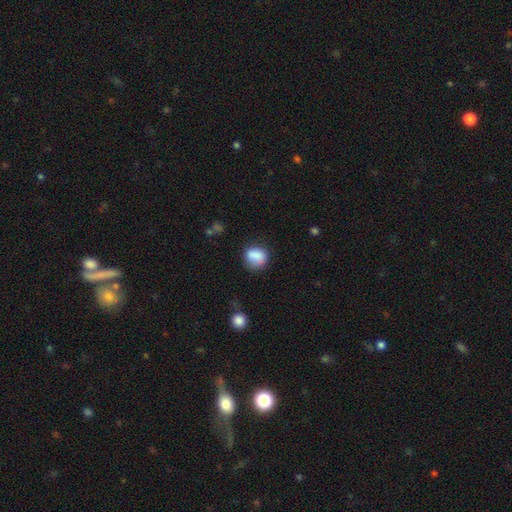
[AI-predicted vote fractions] This appears to be a smooth galaxy with no disk features (81%) that is round (64%). Merging: none (60%).